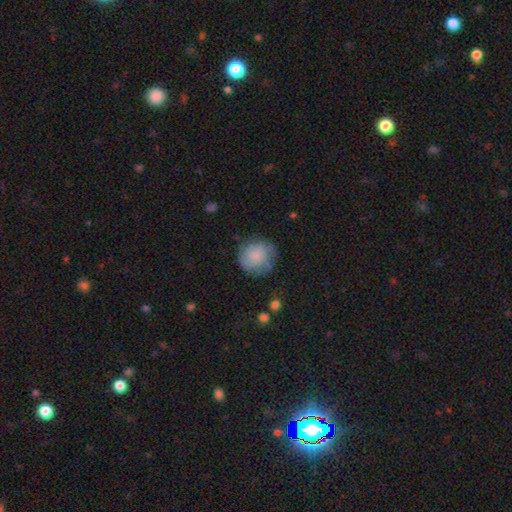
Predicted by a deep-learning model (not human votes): smooth-or-featured: smooth: 55% | featured or disk: 37% | star or artifact: 8%
  how-rounded: round: 88% | in between: 11% | cigar-shaped: 1%
  merging: none: 71% | minor disturbance: 19% | major disturbance: 9% | merger: 2%